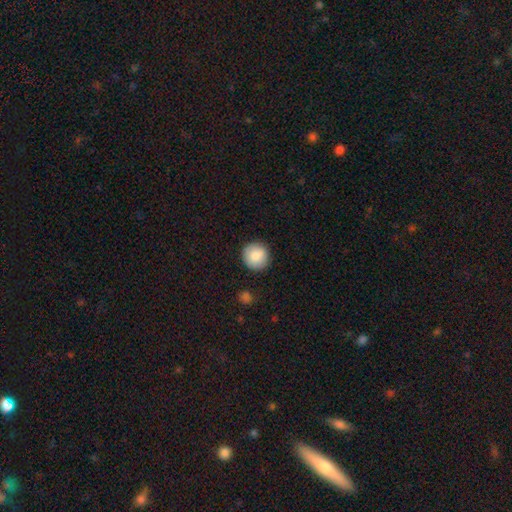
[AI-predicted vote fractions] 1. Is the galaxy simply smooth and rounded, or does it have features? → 85% smooth, 8% star or artifact, 7% featured or disk.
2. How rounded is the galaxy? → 94% round, 5% in between, 1% cigar-shaped.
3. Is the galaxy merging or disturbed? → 89% none, 8% minor disturbance, 2% major disturbance, 1% merger.